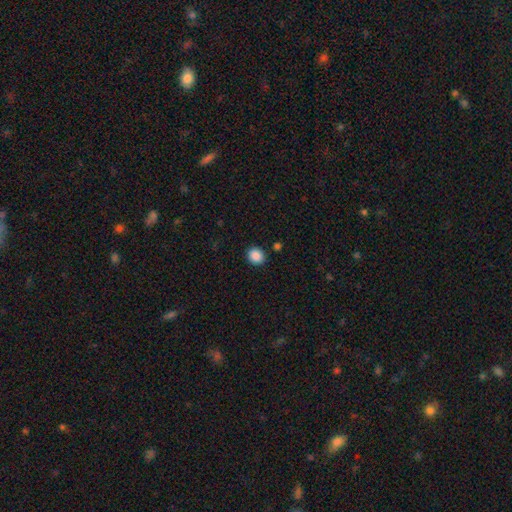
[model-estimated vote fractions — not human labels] Smooth or featured: smooth — 88% (star or artifact — 9%)
How rounded: round — 82% (in between — 17%)
Merging: none — 89% (minor disturbance — 6%)